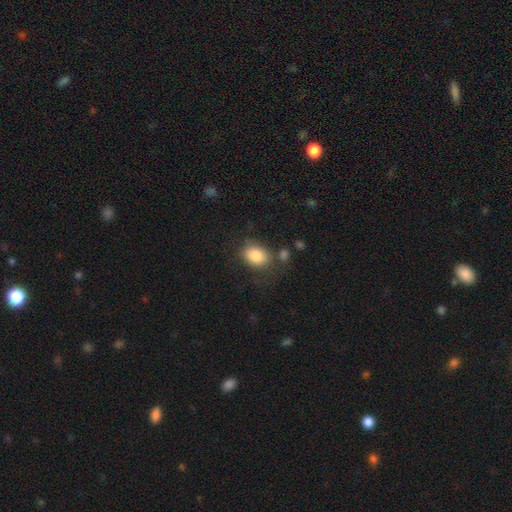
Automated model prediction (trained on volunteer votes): smooth 84%, star or artifact 8%, featured or disk 7%. Down the decision tree: how rounded — in between (62%); merging — none (70%).